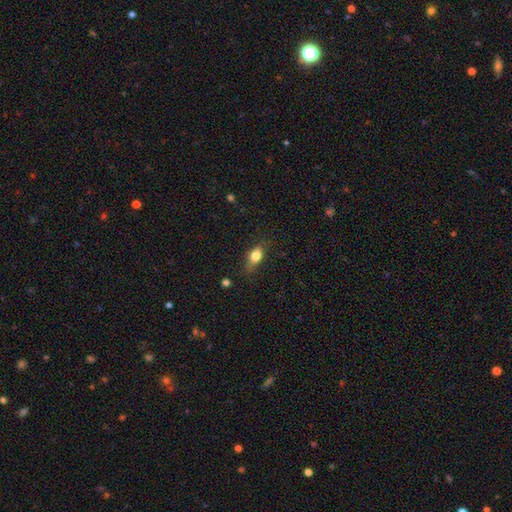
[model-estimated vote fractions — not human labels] smooth-or-featured: smooth: 79% | featured or disk: 12% | star or artifact: 9%
  how-rounded: in between: 75% | round: 16% | cigar-shaped: 8%
  merging: none: 71% | minor disturbance: 21% | major disturbance: 6% | merger: 1%